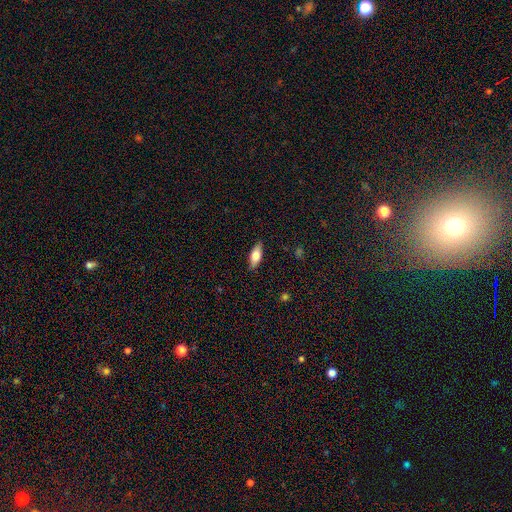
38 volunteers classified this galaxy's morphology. Smooth or featured? 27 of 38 (71%) said smooth. How rounded? 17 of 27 (63%) said in between. Merging? 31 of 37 (84%) said none.